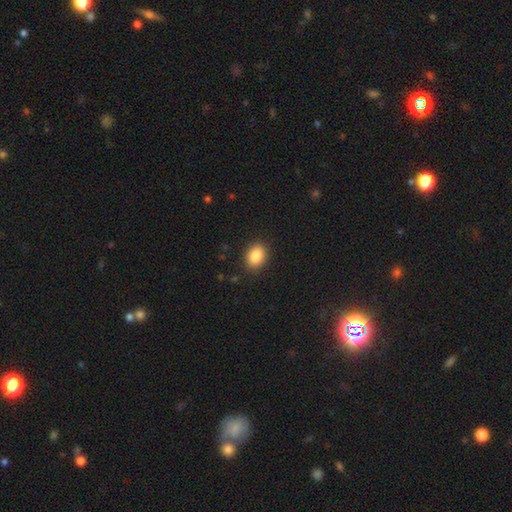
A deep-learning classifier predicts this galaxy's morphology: Smooth or featured? smooth (88%)
How rounded? in between (74%)
Merging? none (89%)